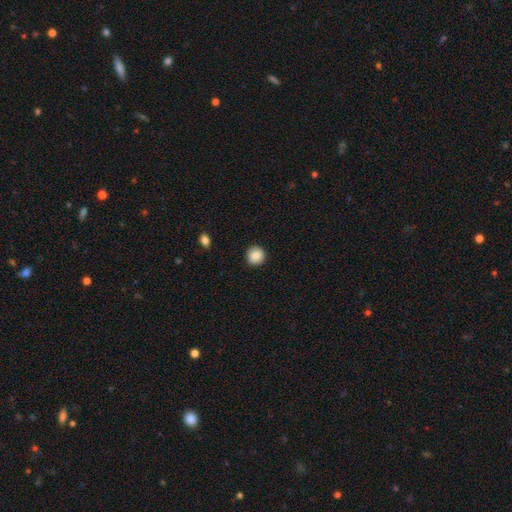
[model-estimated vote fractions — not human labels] Morphology: type=smooth (88%); roundness=round (92%); merging=none (92%).